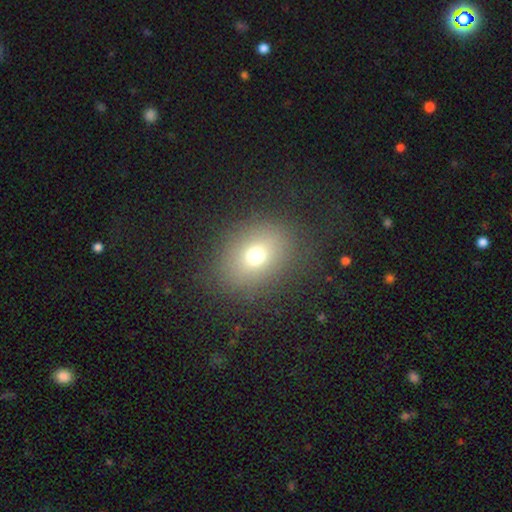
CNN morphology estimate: Overall: smooth (70%). How rounded: in between (54%; round 45%). Merging: none (82%).